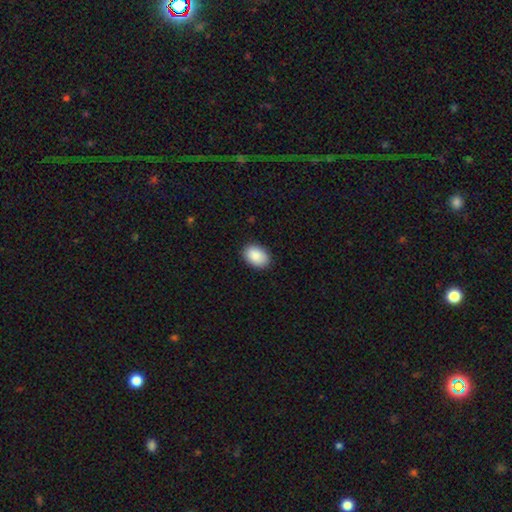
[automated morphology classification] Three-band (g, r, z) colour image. It shows a smooth galaxy with no disk features (90%) that is in between round and cigar-shaped (84%). Merging: none (89%).